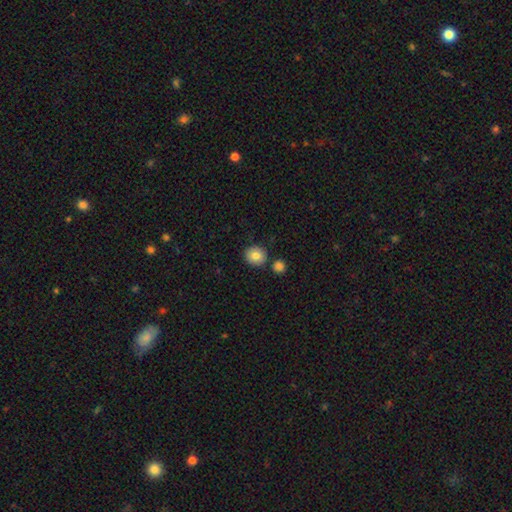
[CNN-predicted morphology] Smooth or featured: smooth — 83% (star or artifact — 9%)
How rounded: round — 86% (in between — 13%)
Merging: none — 81% (merger — 9%)